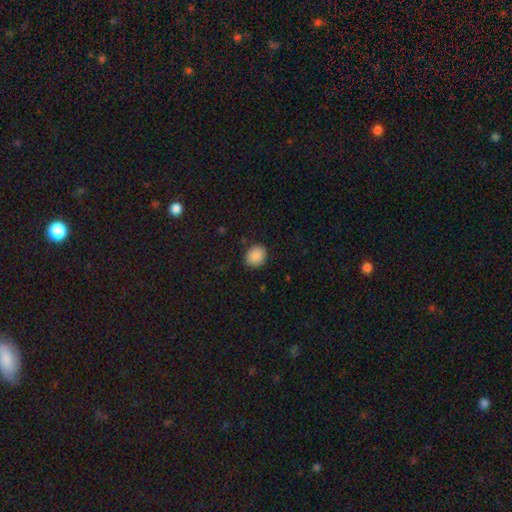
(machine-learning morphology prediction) Smooth or featured? Predicted: smooth (p=0.89). How rounded? Predicted: round (p=0.69). Merging? Predicted: none (p=0.88).